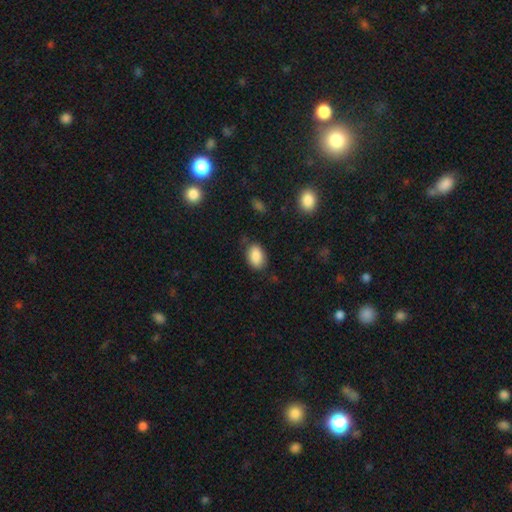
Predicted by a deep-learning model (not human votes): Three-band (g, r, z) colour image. It shows a smooth galaxy with no disk features (86%) that is in between round and cigar-shaped (87%). Merging: none (74%).